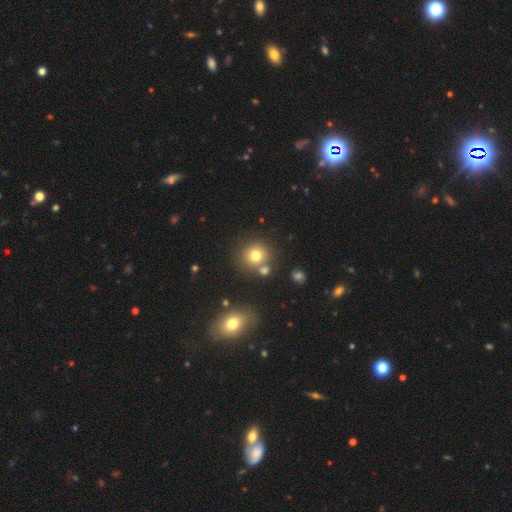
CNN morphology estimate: Smooth or featured? smooth (76%)
How rounded? round (88%)
Merging? none (69%)